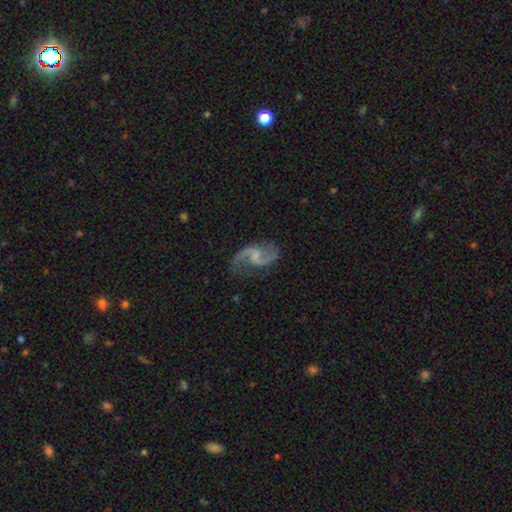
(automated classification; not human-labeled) A featured or disk galaxy (90%) with a weak bar (54%), 2 (93%) loose (67%) spiral arms (97%) and no central bulge (42%). Merging: none (74%).